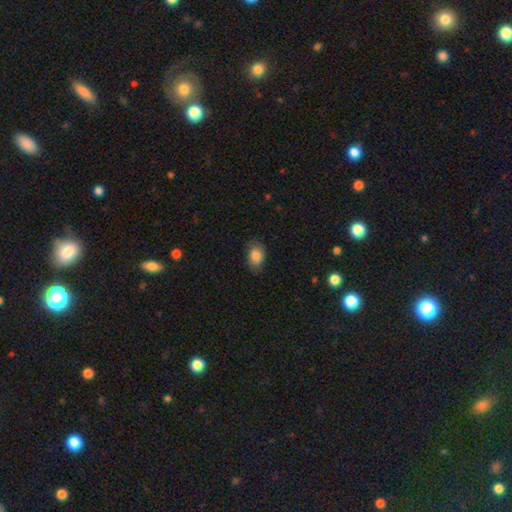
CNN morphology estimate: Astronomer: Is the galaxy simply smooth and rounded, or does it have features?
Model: smooth — 82%.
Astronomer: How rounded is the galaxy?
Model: in between — 80%.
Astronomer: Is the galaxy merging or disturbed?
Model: none — 76%.